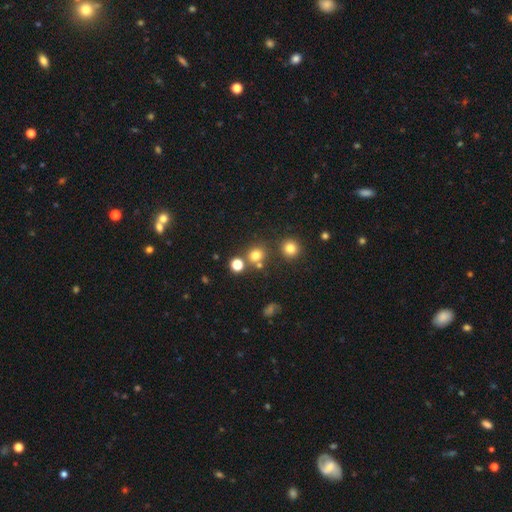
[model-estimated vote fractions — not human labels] smooth 74%, star or artifact 19%, featured or disk 7%. Down the decision tree: how rounded — round (83%); merging — none (71%).